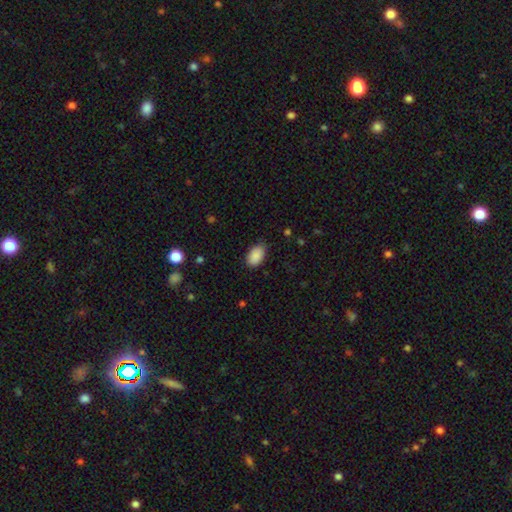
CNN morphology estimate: Smooth or featured? smooth (89%)
How rounded? in between (91%)
Merging? none (82%)